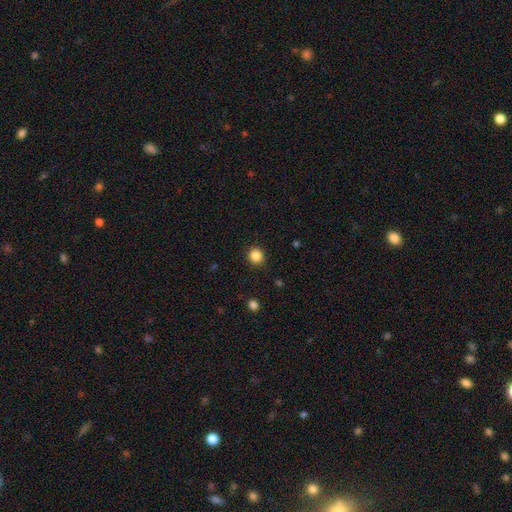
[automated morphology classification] Smooth or featured: smooth — 85% (star or artifact — 11%)
How rounded: round — 88% (in between — 11%)
Merging: none — 91% (minor disturbance — 6%)